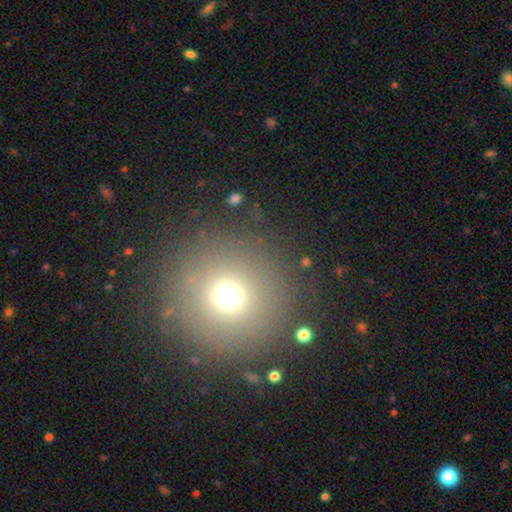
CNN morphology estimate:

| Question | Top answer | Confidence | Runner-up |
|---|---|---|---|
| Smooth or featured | smooth | 67% | star or artifact (24%) |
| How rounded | round | 96% | in between (3%) |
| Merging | none | 90% | minor disturbance (6%) |